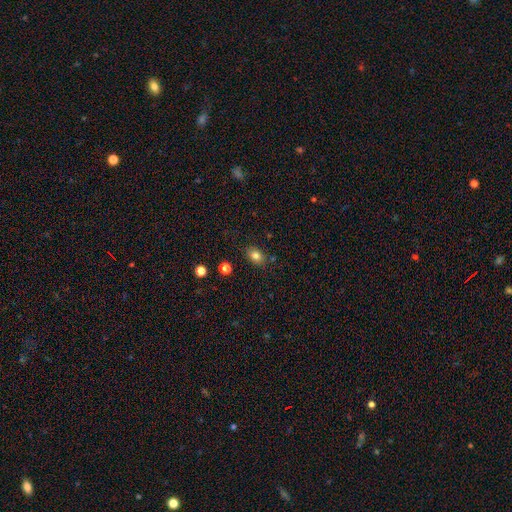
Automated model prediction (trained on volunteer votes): This is clearly a smooth galaxy (81%). How rounded: likely in between (73%). Merging: clearly none (81%).